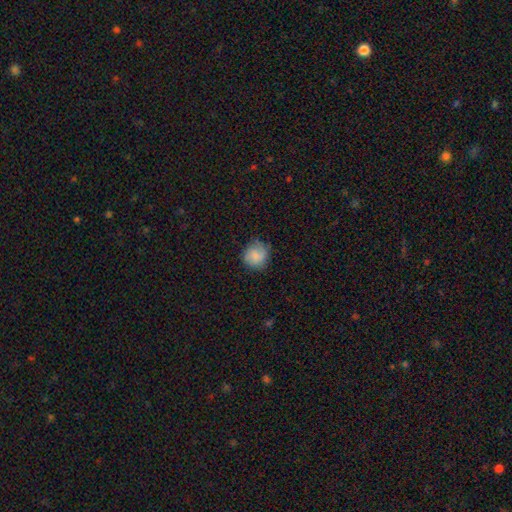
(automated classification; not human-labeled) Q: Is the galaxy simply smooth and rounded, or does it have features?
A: smooth — 77%.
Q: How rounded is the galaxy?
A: round — 84%.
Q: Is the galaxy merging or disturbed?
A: none — 70%.